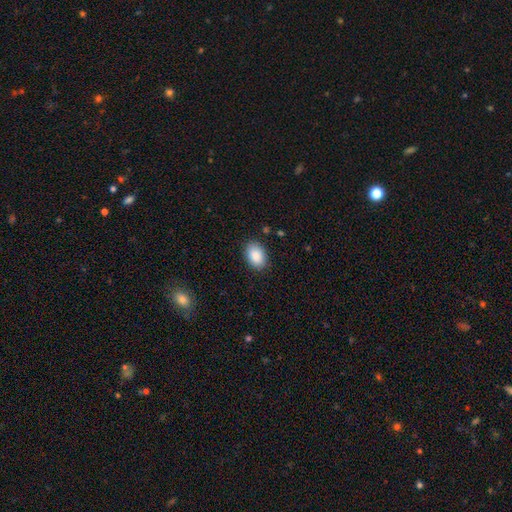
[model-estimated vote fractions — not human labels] Q: Smooth or featured?
A: smooth (89%); runner-up: star or artifact (7%)
Q: How rounded?
A: in between (85%); runner-up: round (13%)
Q: Merging?
A: none (87%); runner-up: minor disturbance (10%)